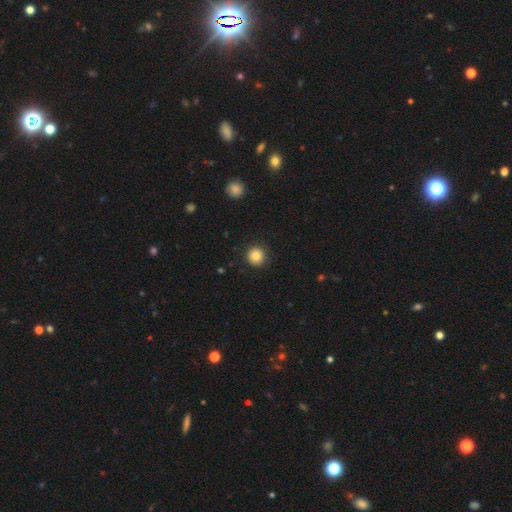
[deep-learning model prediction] Smooth or featured? Predicted: smooth (p=0.84). How rounded? Predicted: round (p=0.94). Merging? Predicted: none (p=0.90).